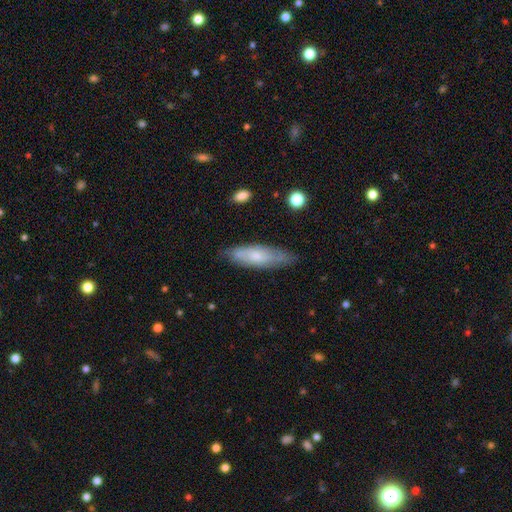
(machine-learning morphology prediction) Smooth or featured? smooth (51%)
How rounded? cigar-shaped (51%)
Merging? none (76%)